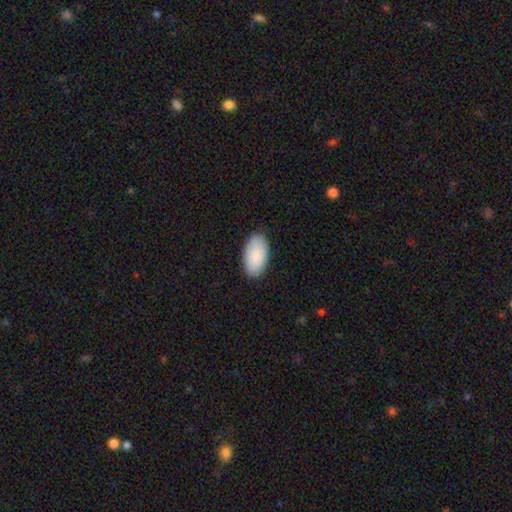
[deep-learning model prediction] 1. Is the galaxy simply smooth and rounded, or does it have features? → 90% smooth, 5% star or artifact, 5% featured or disk.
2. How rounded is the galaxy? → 96% in between, 2% round, 1% cigar-shaped.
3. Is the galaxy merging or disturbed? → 87% none, 10% minor disturbance, 2% major disturbance, 1% merger.